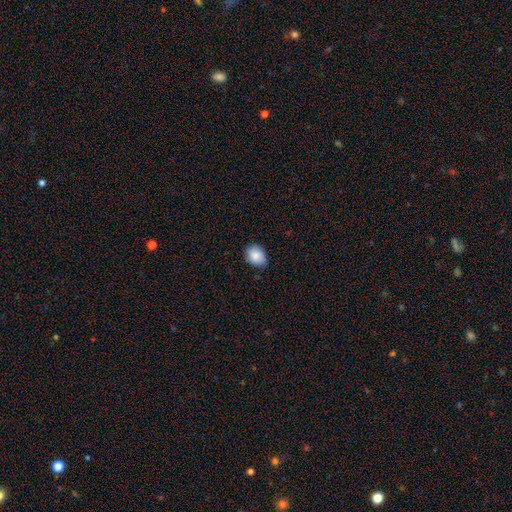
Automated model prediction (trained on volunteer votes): Overall: smooth (87%). How rounded: in between (65%; round 34%). Merging: none (84%).